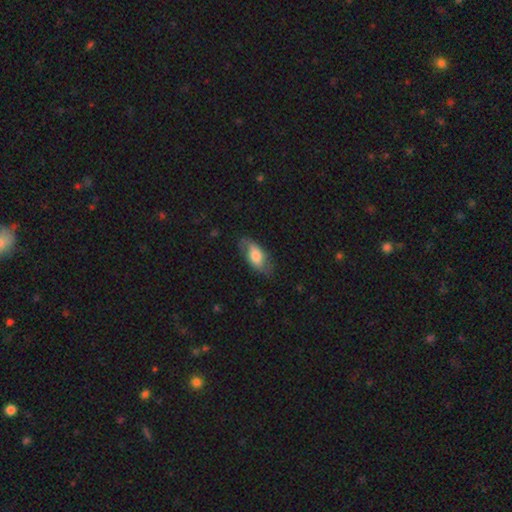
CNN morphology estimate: A smooth galaxy with no disk features (59%) that is in between round and cigar-shaped (88%). Merging: none (70%).